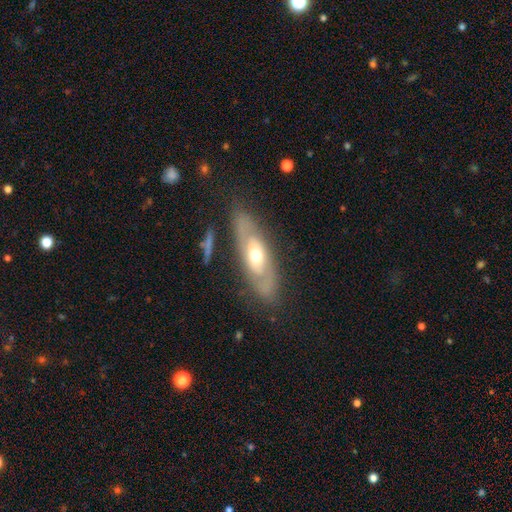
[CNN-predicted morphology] smooth_or_featured: featured or disk (p=0.70) [alt: smooth p=0.24]
disk_edge_on: no (p=0.79) [alt: yes p=0.21]
bar: no (p=0.77) [alt: weak p=0.17]
has_spiral_arms: yes (p=0.50) [tied with: no p=0.50]
bulge_size: moderate (p=0.68) [alt: small p=0.22]
merging: none (p=0.77) [alt: minor disturbance p=0.15]